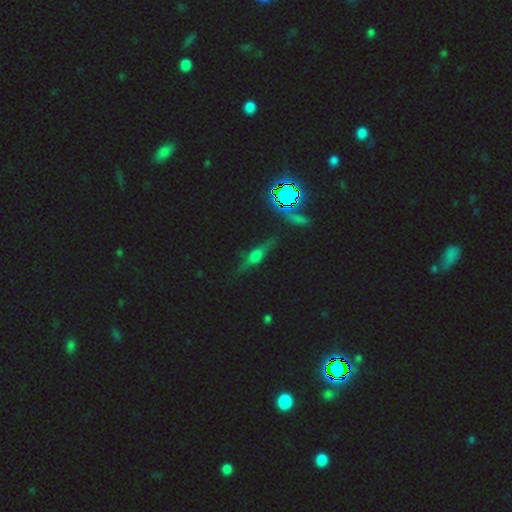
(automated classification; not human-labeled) Q: Smooth or featured?
A: featured or disk (48%); runner-up: smooth (27%)
Q: Merging?
A: none (77%); runner-up: minor disturbance (14%)